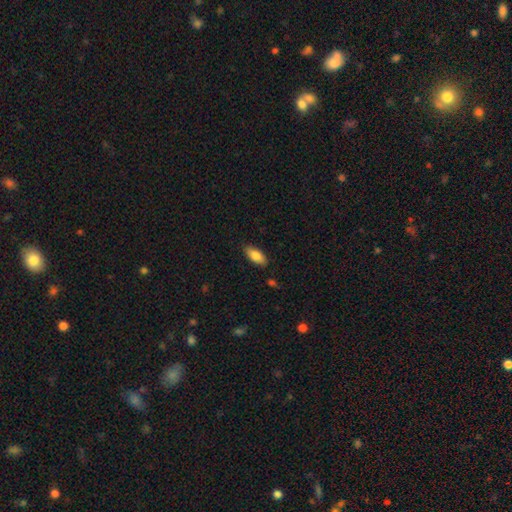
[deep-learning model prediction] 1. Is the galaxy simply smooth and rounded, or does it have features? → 81% smooth, 12% featured or disk, 6% star or artifact.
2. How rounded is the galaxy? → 82% in between, 16% cigar-shaped, 2% round.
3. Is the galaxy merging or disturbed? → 86% none, 10% minor disturbance, 2% major disturbance, 1% merger.